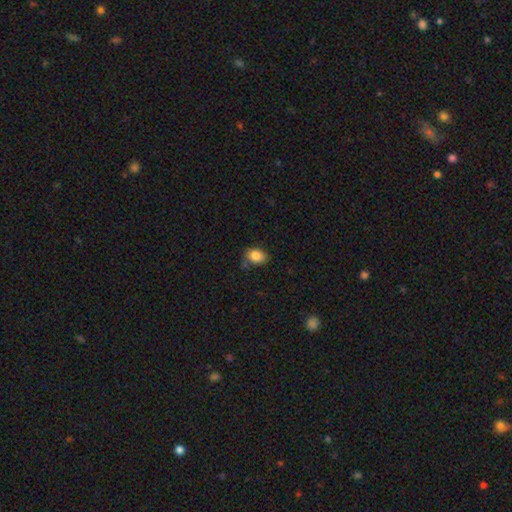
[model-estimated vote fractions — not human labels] smooth-or-featured: smooth: 84% | star or artifact: 9% | featured or disk: 7%
  how-rounded: in between: 71% | round: 28% | cigar-shaped: 1%
  merging: none: 69% | minor disturbance: 21% | major disturbance: 5% | merger: 5%